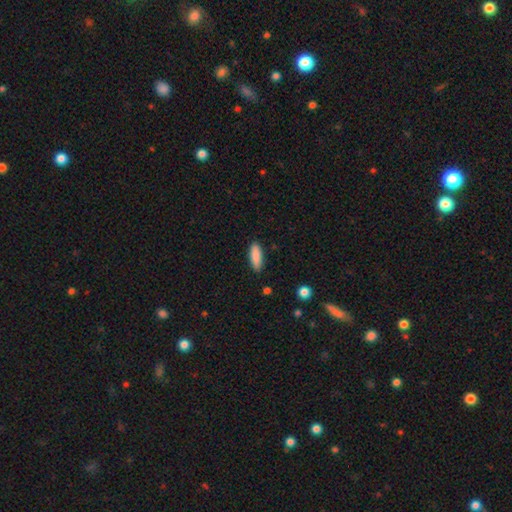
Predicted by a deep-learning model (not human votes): This is clearly a smooth galaxy (87%). How rounded: possibly in between (55%). Merging: clearly none (87%).